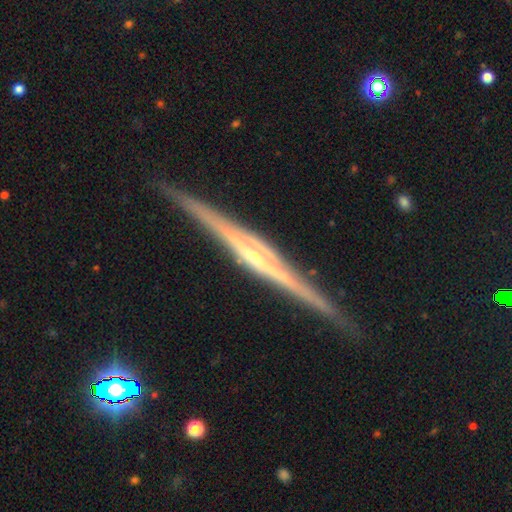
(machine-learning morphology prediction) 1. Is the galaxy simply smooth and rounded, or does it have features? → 88% featured or disk, 6% star or artifact, 6% smooth.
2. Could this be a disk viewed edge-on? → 98% yes, 2% no.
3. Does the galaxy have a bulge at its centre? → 62% rounded, 21% boxy, 17% none.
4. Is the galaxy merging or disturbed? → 90% none, 7% minor disturbance, 1% major disturbance, 1% merger.